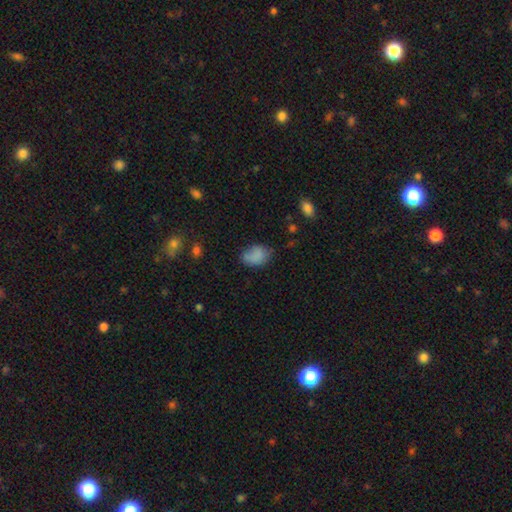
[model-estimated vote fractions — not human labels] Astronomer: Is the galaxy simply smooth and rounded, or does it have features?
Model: smooth — 81%.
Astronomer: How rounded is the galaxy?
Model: in between — 82%.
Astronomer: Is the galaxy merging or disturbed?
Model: none — 60%.